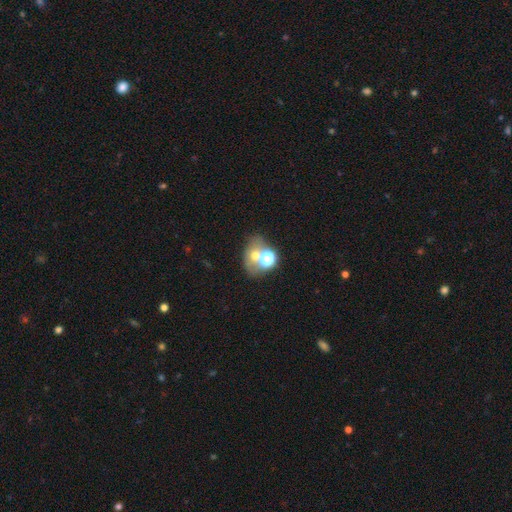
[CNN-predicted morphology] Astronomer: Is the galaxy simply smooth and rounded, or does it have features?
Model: smooth — 55%.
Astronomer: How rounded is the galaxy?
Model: in between — 51% (runner-up: round, 48%).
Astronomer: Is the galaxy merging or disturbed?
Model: none — 41% (runner-up: merger, 39%).